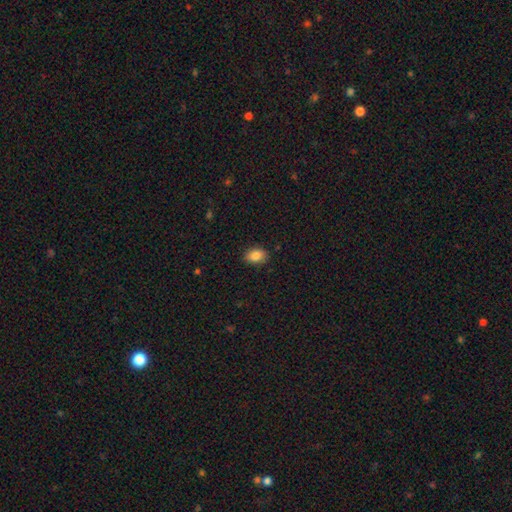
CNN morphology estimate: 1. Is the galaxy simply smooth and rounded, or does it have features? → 85% smooth, 9% star or artifact, 6% featured or disk.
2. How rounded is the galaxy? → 77% in between, 22% round, 1% cigar-shaped.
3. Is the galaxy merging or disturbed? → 87% none, 10% minor disturbance, 2% major disturbance, 1% merger.